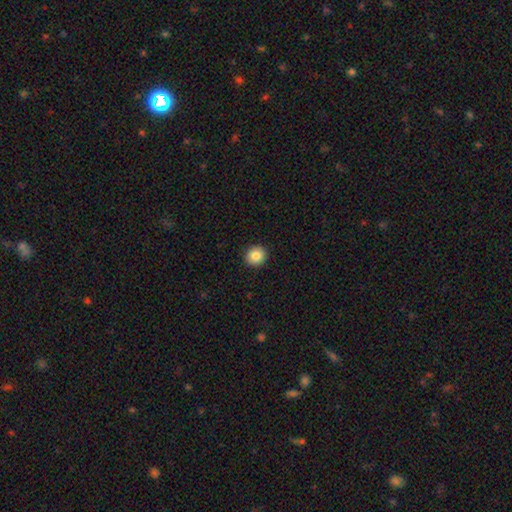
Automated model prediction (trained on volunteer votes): This appears to be a smooth galaxy with no disk features (85%) that is round (87%). Merging: none (93%).